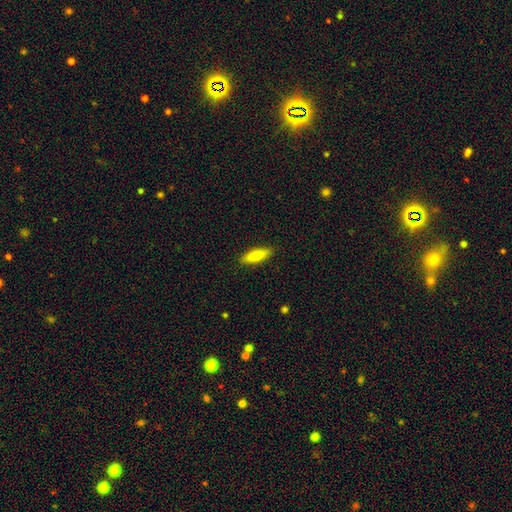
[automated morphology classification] This appears to be a smooth galaxy with no disk features (73%) that is cigar-shaped (55%). Merging: none (89%).